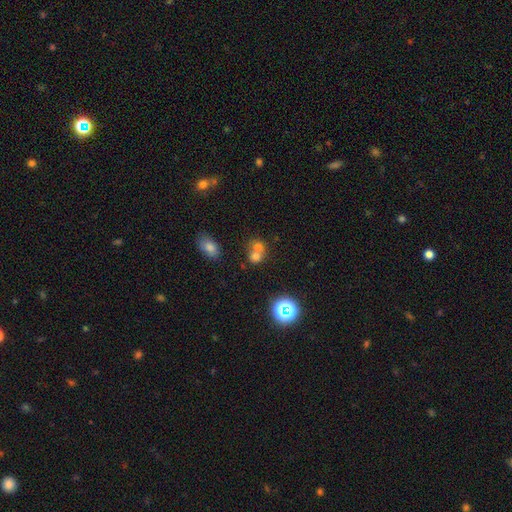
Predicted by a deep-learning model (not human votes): smooth 66%, star or artifact 19%, featured or disk 15%. Down the decision tree: how rounded — round (67%); merging — merger (61%).